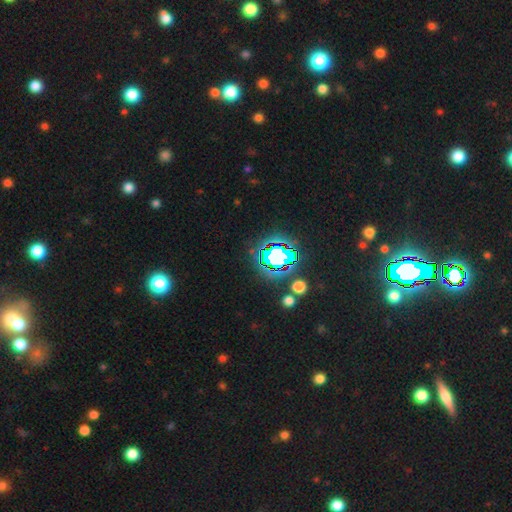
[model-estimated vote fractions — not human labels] smooth-or-featured: star or artifact: 80% | smooth: 12% | featured or disk: 8%